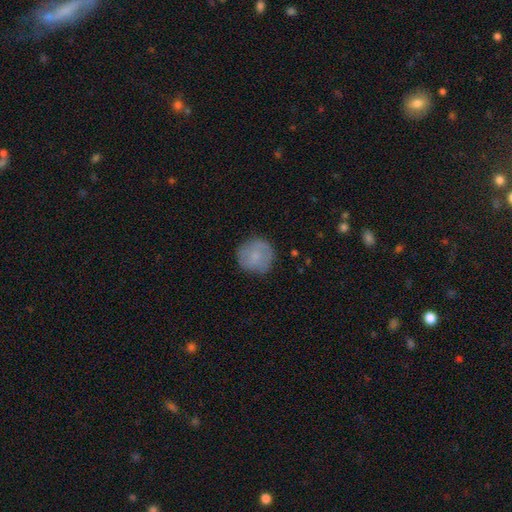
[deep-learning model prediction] Q: Smooth or featured?
A: smooth (72%); runner-up: featured or disk (20%)
Q: How rounded?
A: round (93%); runner-up: in between (6%)
Q: Merging?
A: none (81%); runner-up: minor disturbance (14%)